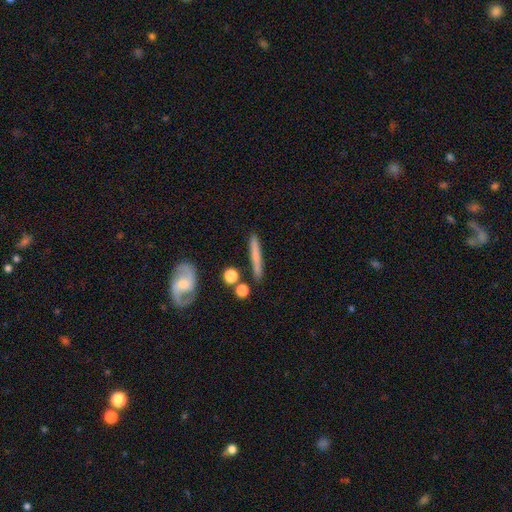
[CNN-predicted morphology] Q: Smooth or featured?
A: smooth (57%); runner-up: featured or disk (37%)
Q: How rounded?
A: cigar-shaped (92%); runner-up: in between (5%)
Q: Merging?
A: none (84%); runner-up: minor disturbance (9%)